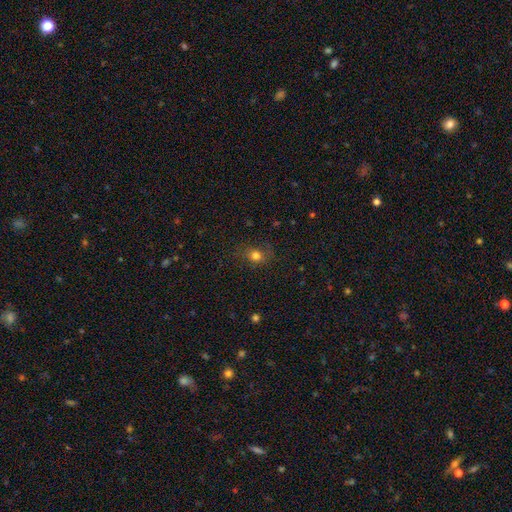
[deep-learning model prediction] A smooth galaxy with no disk features (76%) that is round (61%). Merging: none (76%).